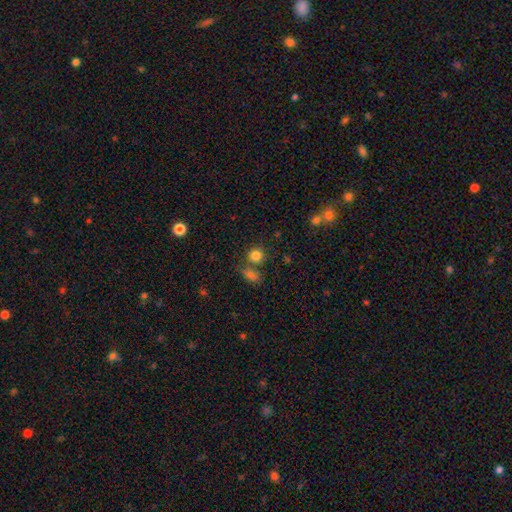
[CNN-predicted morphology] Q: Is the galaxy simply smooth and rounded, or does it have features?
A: smooth — 82%.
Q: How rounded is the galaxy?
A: round — 85%.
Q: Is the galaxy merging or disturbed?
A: none — 63%.